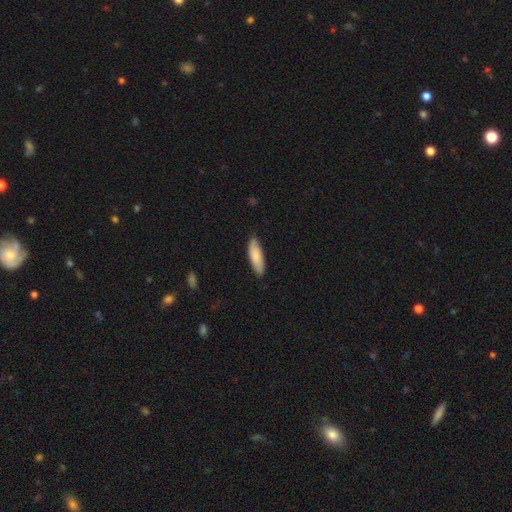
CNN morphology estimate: Smooth or featured?
  - smooth: 84% *
  - featured or disk: 11%
  - star or artifact: 5%
How rounded?
  - in between: 50% *
  - cigar-shaped: 49%
  - round: 1%
Merging?
  - none: 85% *
  - minor disturbance: 12%
  - major disturbance: 2%
  - merger: 1%